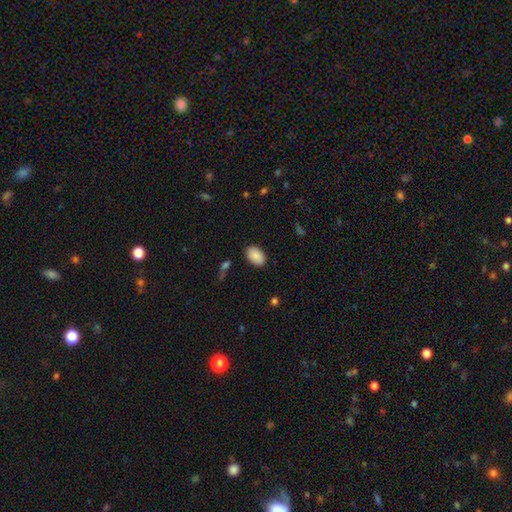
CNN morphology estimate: Q: Smooth or featured?
A: smooth (89%); runner-up: star or artifact (7%)
Q: How rounded?
A: in between (90%); runner-up: round (9%)
Q: Merging?
A: none (86%); runner-up: minor disturbance (10%)